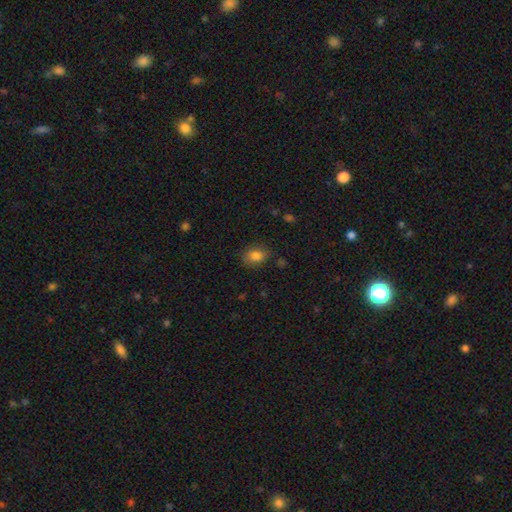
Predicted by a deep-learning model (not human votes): Morphology: type=smooth (83%); roundness=in between (60%); merging=none (78%).